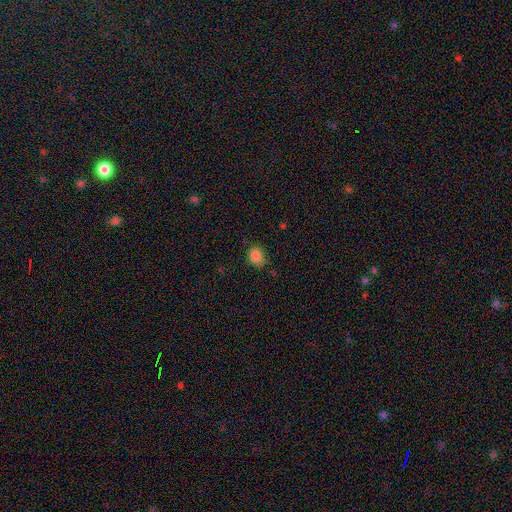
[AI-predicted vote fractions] Smooth or featured?
  - smooth: 85% *
  - star or artifact: 10%
  - featured or disk: 4%
How rounded?
  - round: 57% *
  - in between: 42%
  - cigar-shaped: 1%
Merging?
  - none: 72% *
  - minor disturbance: 22%
  - major disturbance: 4%
  - merger: 2%